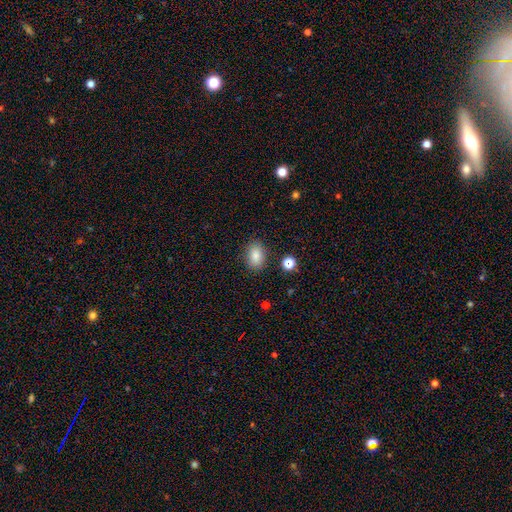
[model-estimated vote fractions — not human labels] smooth-or-featured: smooth: 85% | star or artifact: 8% | featured or disk: 6%
  how-rounded: in between: 87% | round: 12% | cigar-shaped: 2%
  merging: none: 85% | minor disturbance: 10% | major disturbance: 3% | merger: 2%